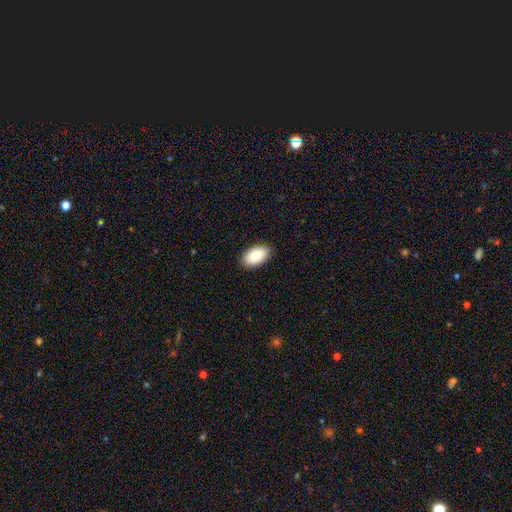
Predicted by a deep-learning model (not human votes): Q: Smooth or featured?
A: smooth (91%); runner-up: star or artifact (6%)
Q: How rounded?
A: in between (96%); runner-up: round (3%)
Q: Merging?
A: none (88%); runner-up: minor disturbance (9%)